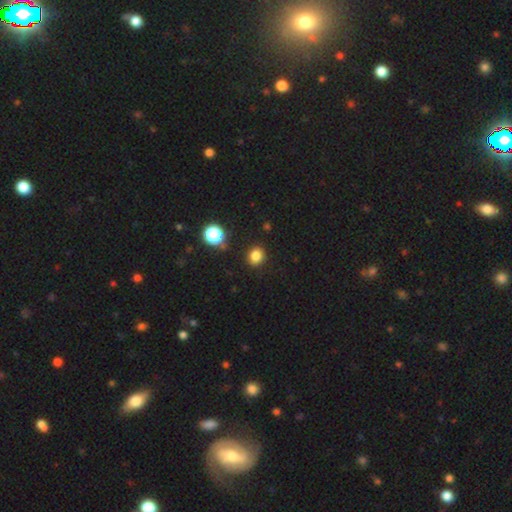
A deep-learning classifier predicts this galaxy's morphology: Smooth or featured?
  - smooth: 83% *
  - star or artifact: 13%
  - featured or disk: 4%
How rounded?
  - round: 69% *
  - in between: 30%
  - cigar-shaped: 1%
Merging?
  - none: 87% *
  - minor disturbance: 9%
  - major disturbance: 3%
  - merger: 2%